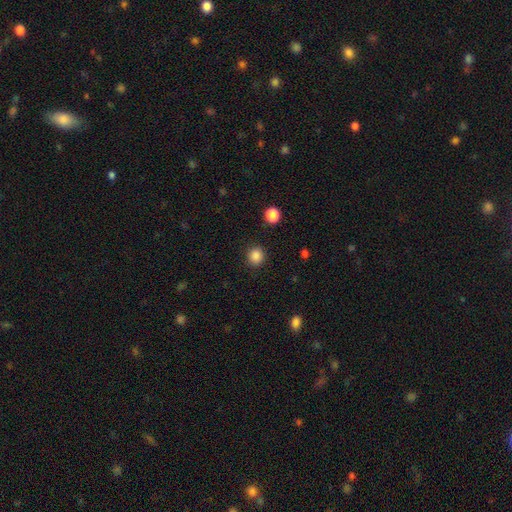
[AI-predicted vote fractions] Smooth or featured? Predicted: smooth (p=0.86). How rounded? Predicted: round (p=0.88). Merging? Predicted: none (p=0.90).